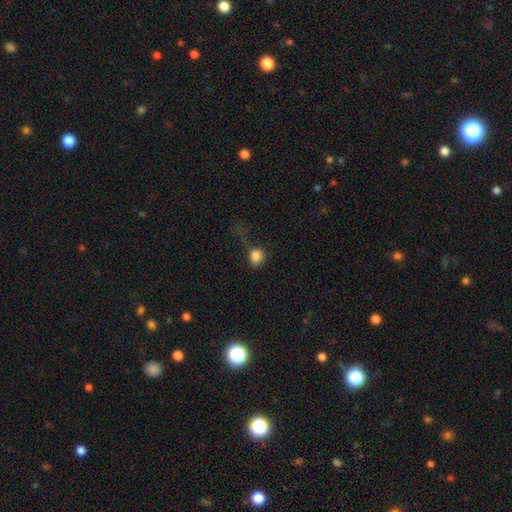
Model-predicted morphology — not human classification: Q: Smooth or featured?
A: smooth (83%); runner-up: star or artifact (11%)
Q: How rounded?
A: round (70%); runner-up: in between (28%)
Q: Merging?
A: none (43%); runner-up: major disturbance (29%)